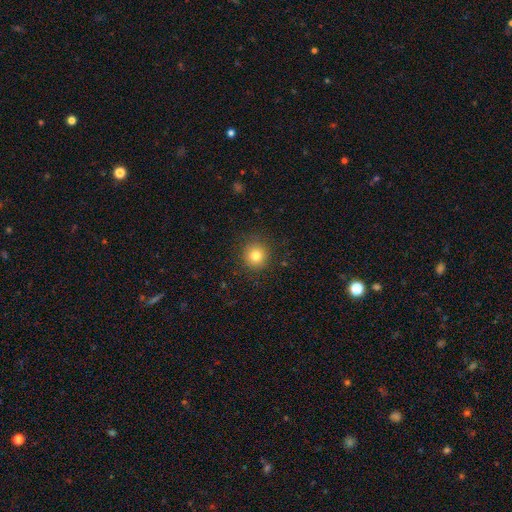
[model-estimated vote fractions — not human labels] Smooth or featured?
  - smooth: 80% *
  - star or artifact: 12%
  - featured or disk: 7%
How rounded?
  - round: 91% *
  - in between: 8%
  - cigar-shaped: 1%
Merging?
  - none: 89% *
  - minor disturbance: 8%
  - major disturbance: 3%
  - merger: 1%